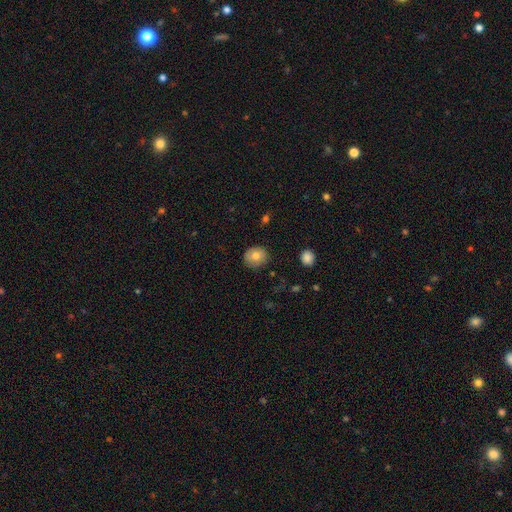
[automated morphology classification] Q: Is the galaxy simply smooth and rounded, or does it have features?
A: smooth — 78%.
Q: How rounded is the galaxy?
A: round — 73%.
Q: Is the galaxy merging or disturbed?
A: none — 81%.